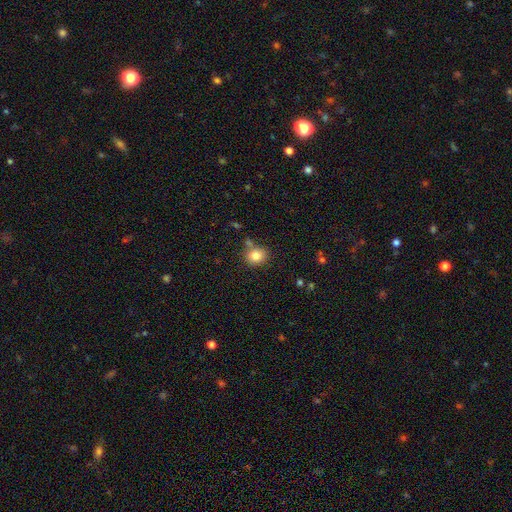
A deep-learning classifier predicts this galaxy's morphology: This appears to be a smooth galaxy with no disk features (83%) that is round (70%). Merging: none (71%).